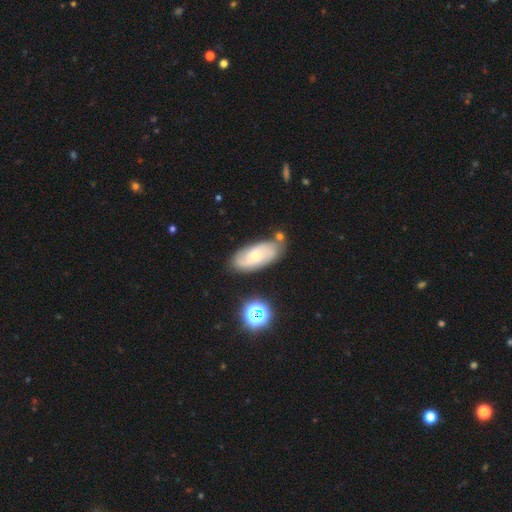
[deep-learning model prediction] Q: Smooth or featured?
A: featured or disk (48%); runner-up: smooth (43%)
Q: Merging?
A: none (69%); runner-up: minor disturbance (18%)